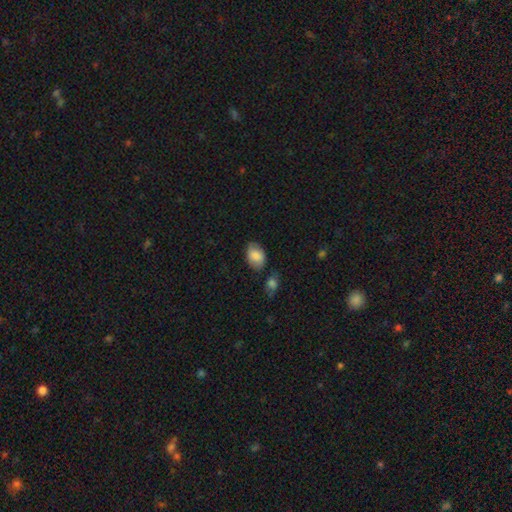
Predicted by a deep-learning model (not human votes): Q: Smooth or featured?
A: smooth (83%); runner-up: featured or disk (10%)
Q: How rounded?
A: in between (85%); runner-up: round (14%)
Q: Merging?
A: none (73%); runner-up: minor disturbance (18%)